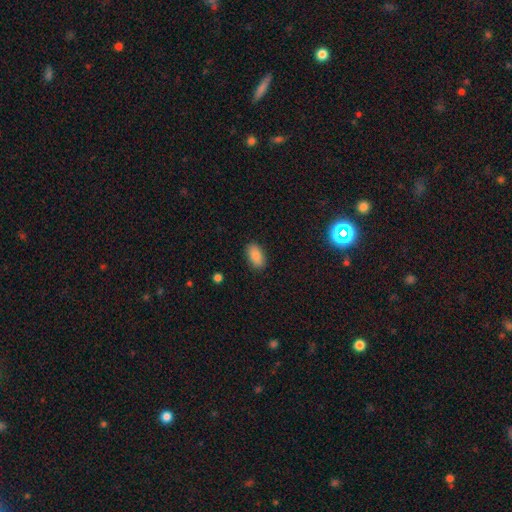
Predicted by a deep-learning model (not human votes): This appears to be a smooth galaxy with no disk features (87%) that is in between round and cigar-shaped (93%). Merging: none (88%).